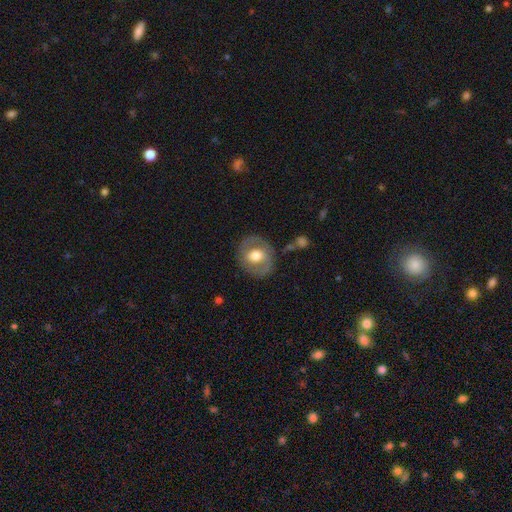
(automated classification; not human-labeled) Smooth or featured?
  - featured or disk: 55% *
  - smooth: 39%
  - star or artifact: 6%
Edge-on disk?
  - no: 96% *
  - yes: 4%
Bar?
  - no: 46% *
  - weak: 37%
  - strong: 17%
Spiral arms?
  - yes: 52% *
  - no: 48%
Bulge size?
  - moderate: 63% *
  - large: 28%
  - small: 6%
  - dominant: 2%
  - none: 1%
Merging?
  - none: 79% *
  - minor disturbance: 13%
  - major disturbance: 6%
  - merger: 2%